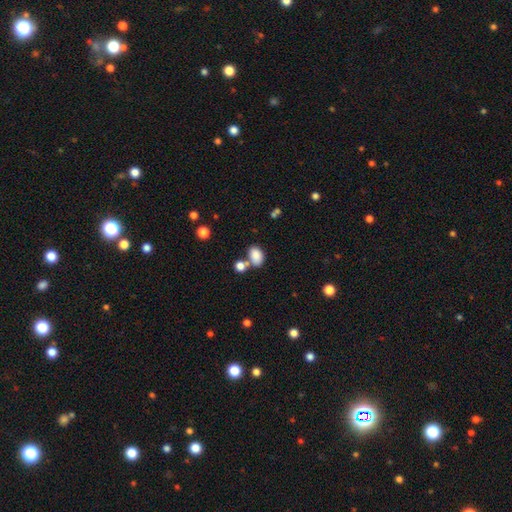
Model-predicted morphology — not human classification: Overall: smooth (85%). How rounded: in between (85%). Merging: none (53%; merger 28%).